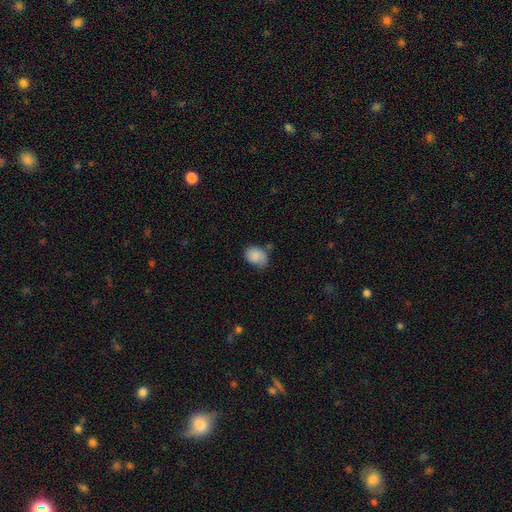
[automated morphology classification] smooth-or-featured: smooth: 85% | star or artifact: 8% | featured or disk: 7%
  how-rounded: in between: 64% | round: 35% | cigar-shaped: 1%
  merging: none: 54% | minor disturbance: 34% | major disturbance: 8% | merger: 4%